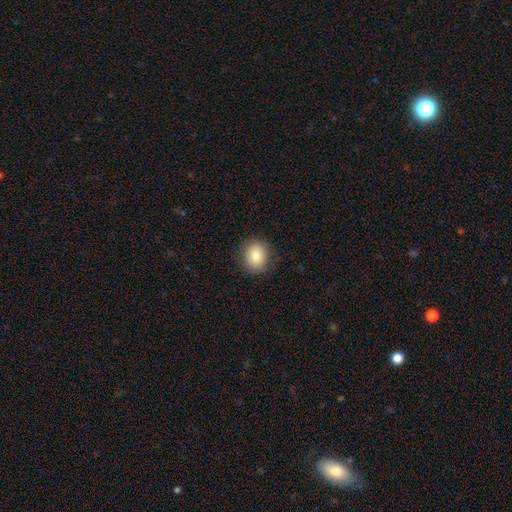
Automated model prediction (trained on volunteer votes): A smooth galaxy with no disk features (83%) that is round (72%).

Vote fractions:
- Smooth or featured? smooth: 83% / star or artifact: 9% / featured or disk: 8%
- How rounded? round: 72% / in between: 27% / cigar-shaped: 1%
- Merging? none: 87% / minor disturbance: 10% / major disturbance: 3% / merger: 1%